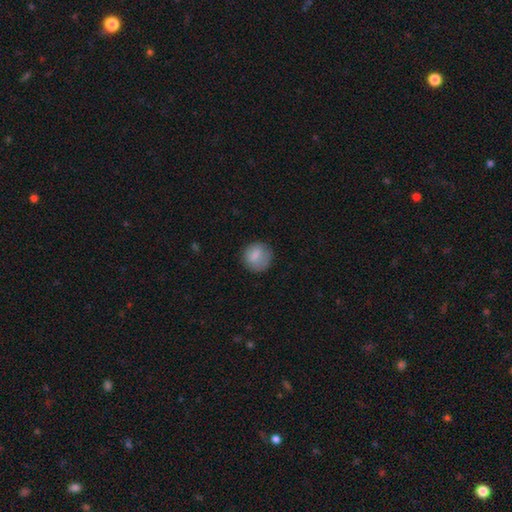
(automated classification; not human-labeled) A smooth galaxy with no disk features (81%) that is round (84%). Merging: none (75%).